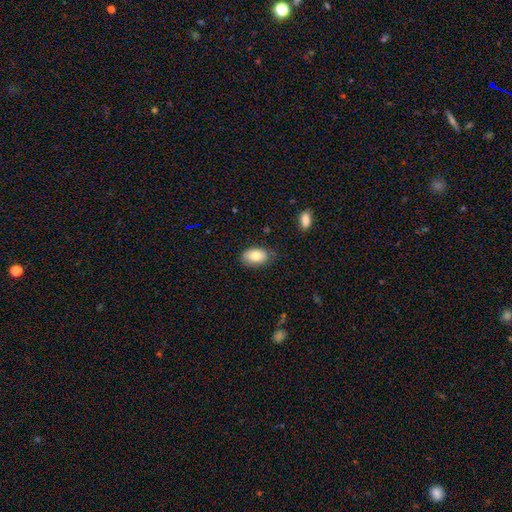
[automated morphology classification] smooth-or-featured: smooth: 79% | featured or disk: 14% | star or artifact: 7%
  how-rounded: in between: 91% | round: 8% | cigar-shaped: 1%
  merging: none: 74% | minor disturbance: 21% | major disturbance: 4% | merger: 2%